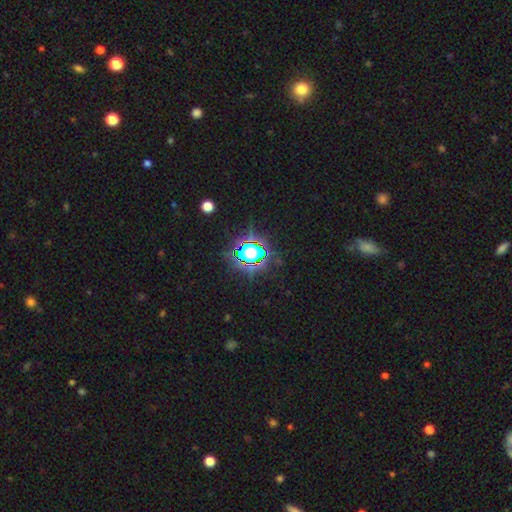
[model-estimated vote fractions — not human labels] Morphology: type=star or artifact (69%).